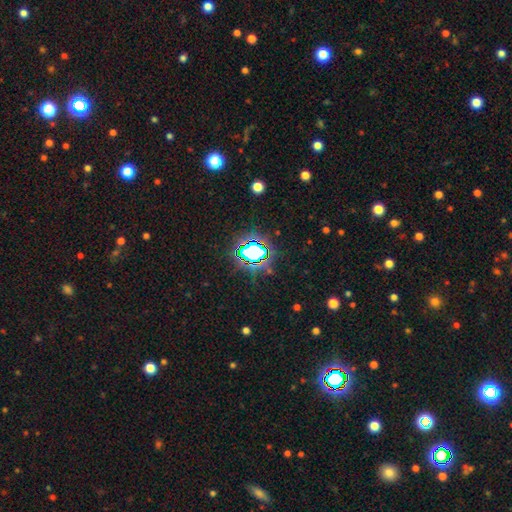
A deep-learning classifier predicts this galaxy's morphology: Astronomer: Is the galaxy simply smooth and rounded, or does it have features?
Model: star or artifact — 65%.